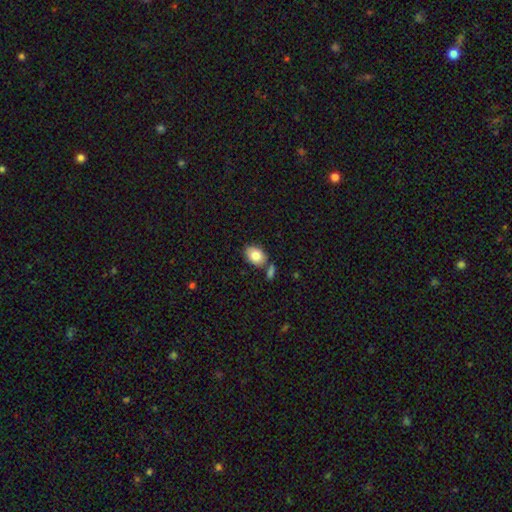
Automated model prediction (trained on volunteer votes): This is clearly a smooth galaxy (83%). How rounded: clearly in between (82%). Merging: likely none (68%).